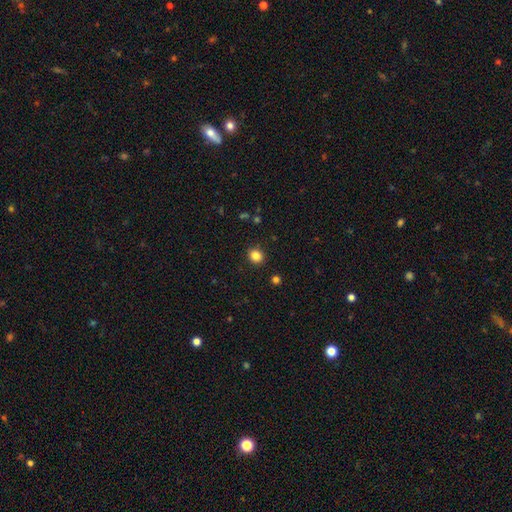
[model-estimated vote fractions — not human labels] A smooth galaxy with no disk features (84%) that is round (73%).

Vote fractions:
- Smooth or featured? smooth: 84% / star or artifact: 11% / featured or disk: 4%
- How rounded? round: 73% / in between: 26% / cigar-shaped: 1%
- Merging? none: 91% / minor disturbance: 6% / major disturbance: 2% / merger: 1%